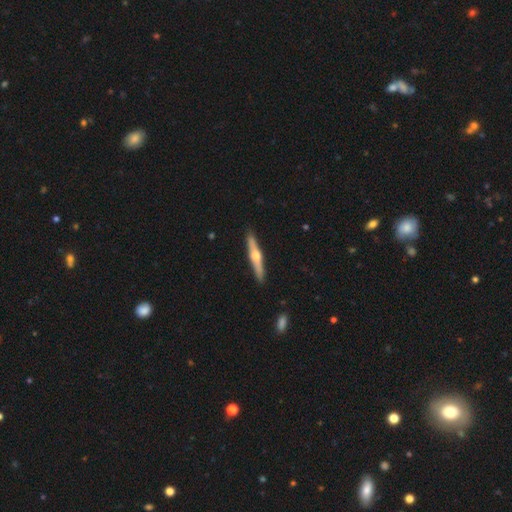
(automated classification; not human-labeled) A featured or disk galaxy (64%) viewed edge-on (96%) with a rounded central bulge (92%). Merging: none (90%).